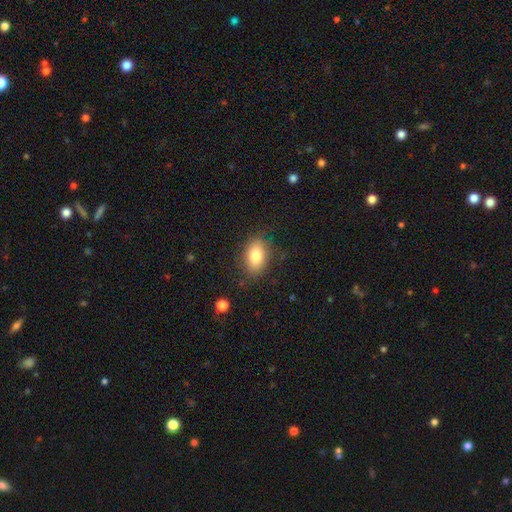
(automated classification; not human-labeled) Smooth or featured? smooth (83%)
How rounded? in between (87%)
Merging? none (81%)